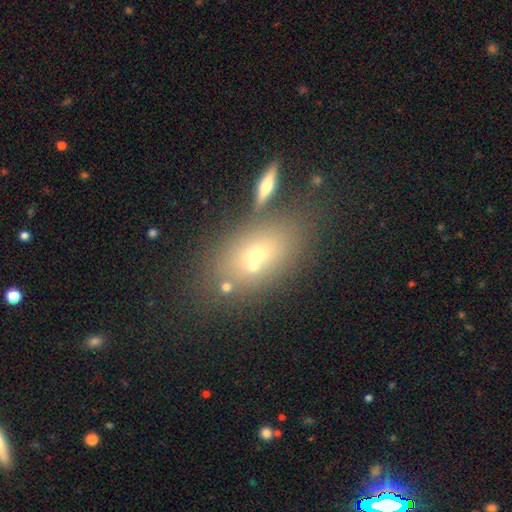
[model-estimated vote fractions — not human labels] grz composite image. It shows a smooth galaxy with no disk features (55%) that is in between round and cigar-shaped (74%). Merging: none (51%).